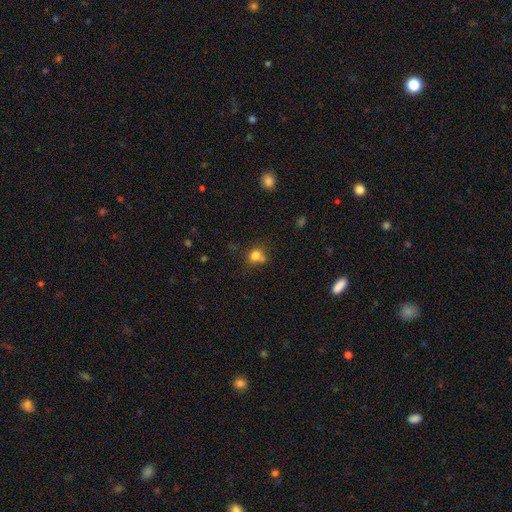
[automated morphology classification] smooth 78%, star or artifact 13%, featured or disk 9%. Down the decision tree: how rounded — round (68%); merging — none (52%).